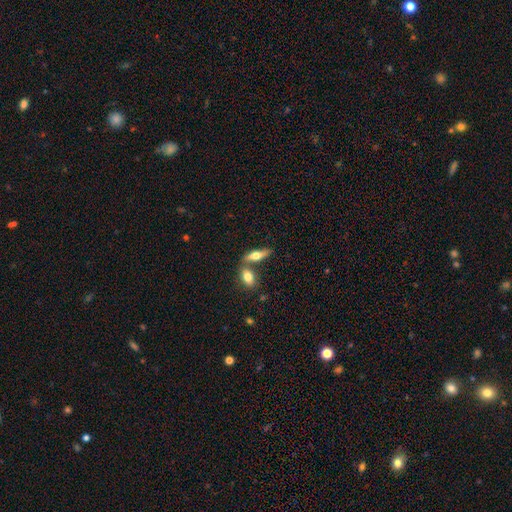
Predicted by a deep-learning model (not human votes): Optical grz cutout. It shows a smooth galaxy with no disk features (61%) that is in between round and cigar-shaped (52%). Merging: none (53%).